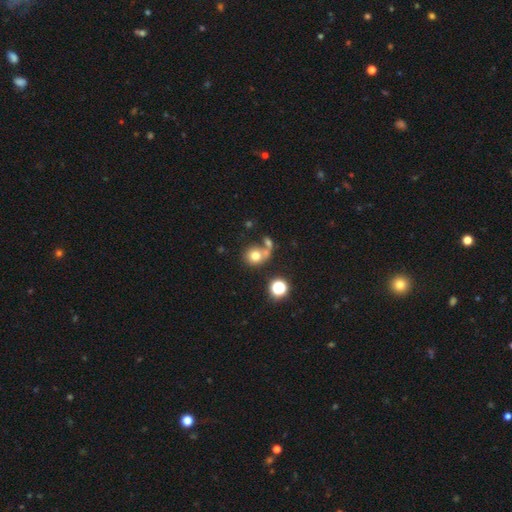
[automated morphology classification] Smooth or featured? smooth (72%)
How rounded? round (80%)
Merging? none (48%)